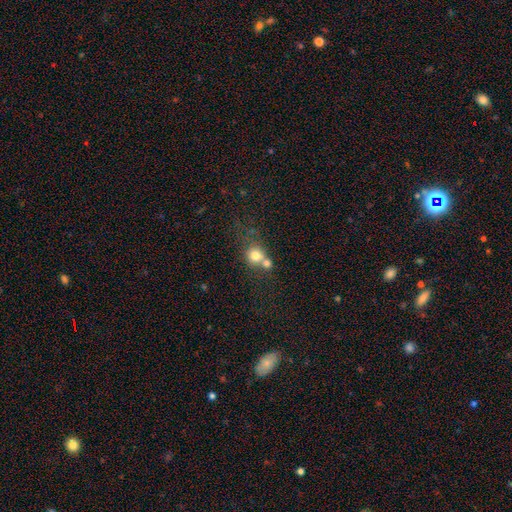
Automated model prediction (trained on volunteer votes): This is likely a smooth galaxy (74%). How rounded: clearly round (83%). Merging: possibly merger (53%).